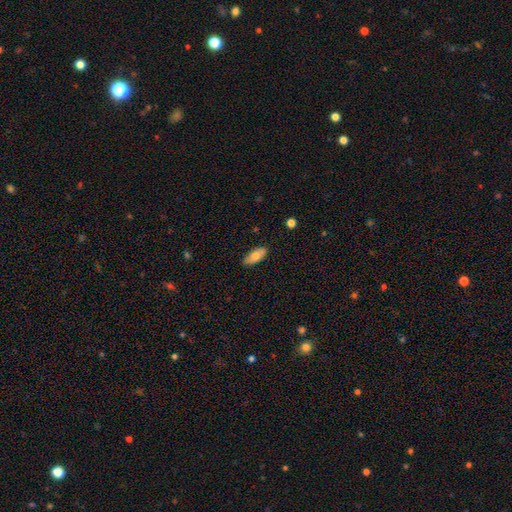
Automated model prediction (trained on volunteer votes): A smooth galaxy with no disk features (72%) that is in between round and cigar-shaped (84%). Merging: none (86%).